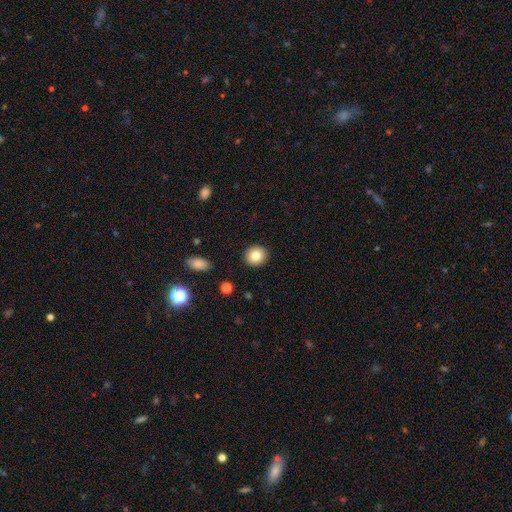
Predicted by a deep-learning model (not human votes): A smooth galaxy with no disk features (82%) that is round (86%).

Vote fractions:
- Smooth or featured? smooth: 82% / star or artifact: 9% / featured or disk: 8%
- How rounded? round: 86% / in between: 13% / cigar-shaped: 1%
- Merging? none: 92% / minor disturbance: 5% / major disturbance: 2% / merger: 1%